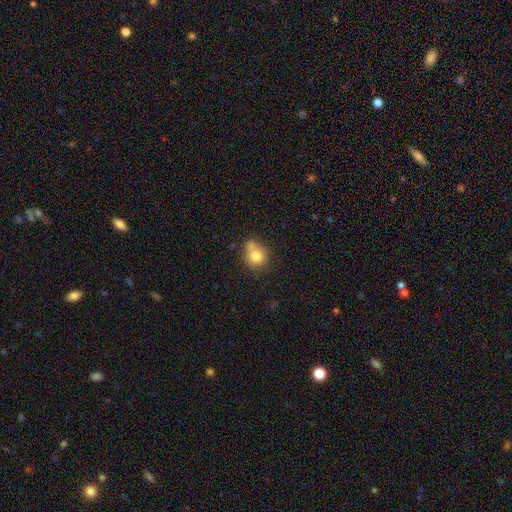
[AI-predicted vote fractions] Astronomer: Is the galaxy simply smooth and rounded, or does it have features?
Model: smooth — 77%.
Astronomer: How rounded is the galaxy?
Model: round — 81%.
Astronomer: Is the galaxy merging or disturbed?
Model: none — 45% (runner-up: merger, 35%).